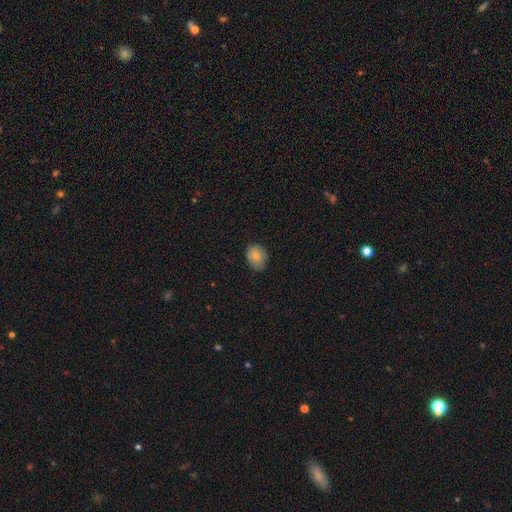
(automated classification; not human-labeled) The model was most divided on "how rounded": in between: 57%, round: 42%, cigar-shaped: 1%. More confident: smooth or featured — smooth (79%); merging — none (77%).